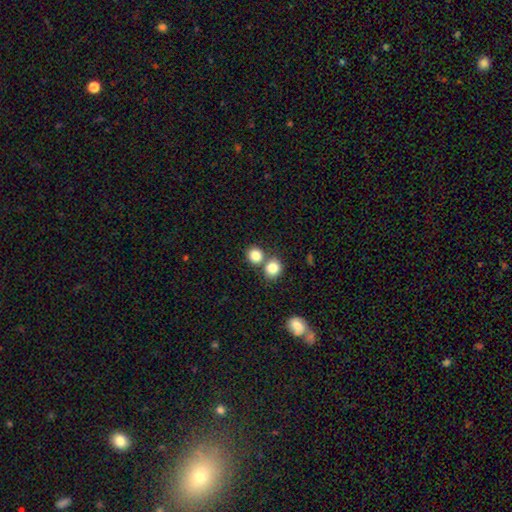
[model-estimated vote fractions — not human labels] smooth 83%, star or artifact 11%, featured or disk 6%. Down the decision tree: how rounded — round (85%); merging — none (57%).